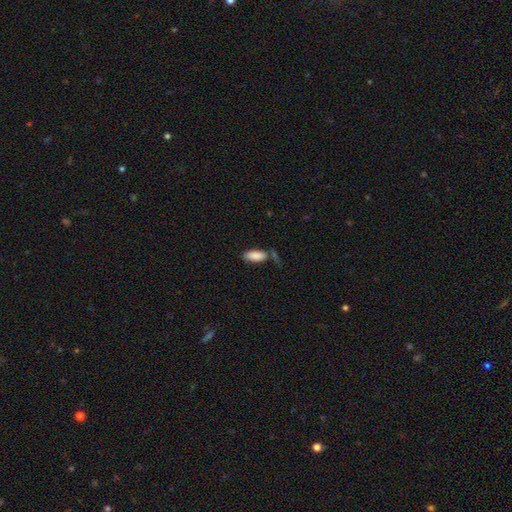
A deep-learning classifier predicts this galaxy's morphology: Smooth or featured?
  - smooth: 88% *
  - star or artifact: 7%
  - featured or disk: 5%
How rounded?
  - in between: 89% *
  - cigar-shaped: 9%
  - round: 2%
Merging?
  - none: 60% *
  - minor disturbance: 20%
  - merger: 14%
  - major disturbance: 7%